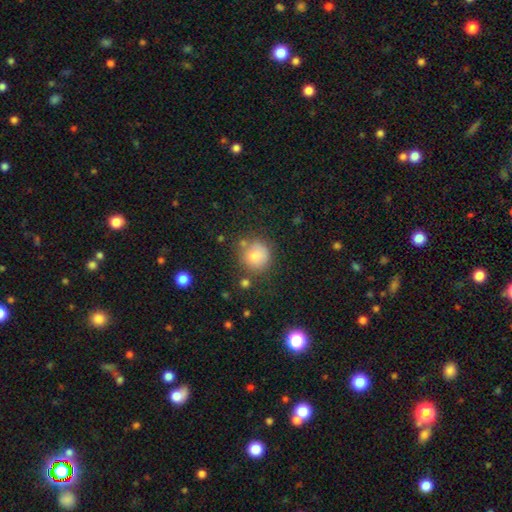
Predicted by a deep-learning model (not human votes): Q: Smooth or featured?
A: smooth (79%); runner-up: featured or disk (10%)
Q: How rounded?
A: round (85%); runner-up: in between (14%)
Q: Merging?
A: none (64%); runner-up: minor disturbance (19%)